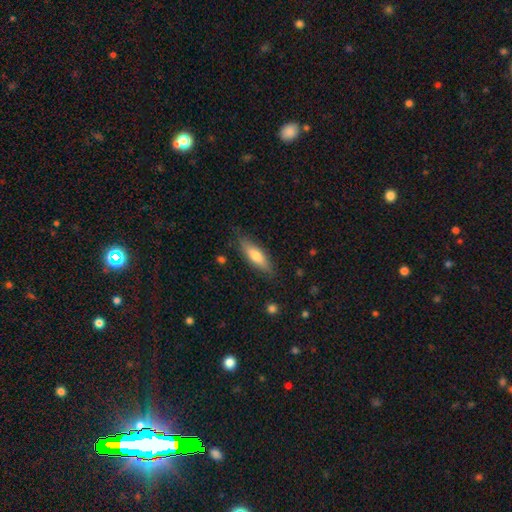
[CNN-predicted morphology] This is likely a smooth galaxy (67%). How rounded: possibly cigar-shaped (58%). Merging: clearly none (82%).